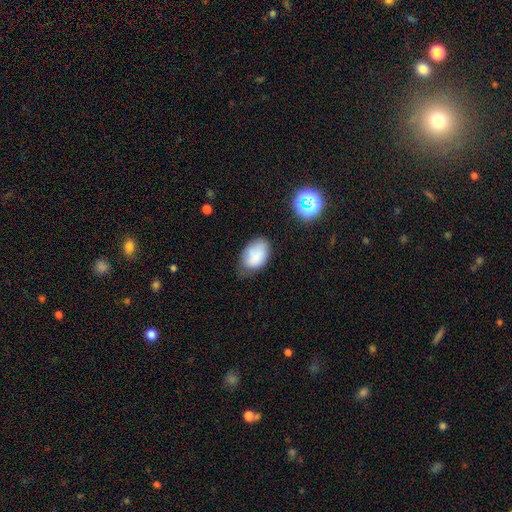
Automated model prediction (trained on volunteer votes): Smooth or featured?
  - smooth: 83% *
  - star or artifact: 9%
  - featured or disk: 8%
How rounded?
  - in between: 90% *
  - round: 9%
  - cigar-shaped: 1%
Merging?
  - none: 58% *
  - minor disturbance: 31%
  - major disturbance: 8%
  - merger: 2%